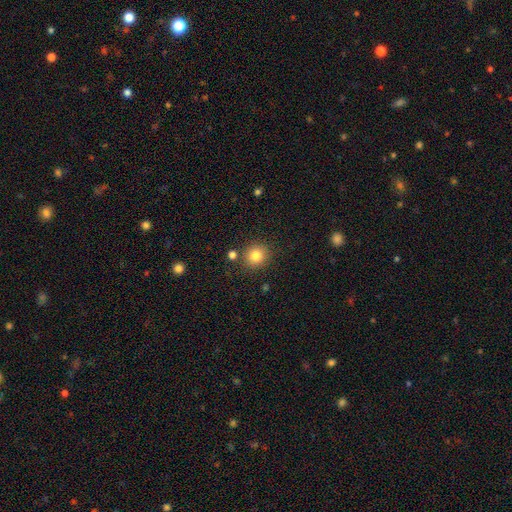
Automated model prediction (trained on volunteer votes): This appears to be a smooth galaxy with no disk features (82%) that is round (86%). Merging: none (84%).